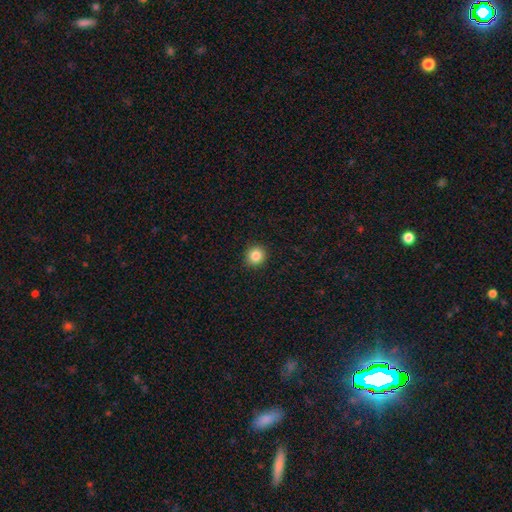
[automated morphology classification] A smooth galaxy with no disk features (86%) that is round (91%).

Vote fractions:
- Smooth or featured? smooth: 86% / star or artifact: 10% / featured or disk: 4%
- How rounded? round: 91% / in between: 8% / cigar-shaped: 1%
- Merging? none: 92% / minor disturbance: 5% / major disturbance: 2% / merger: 1%